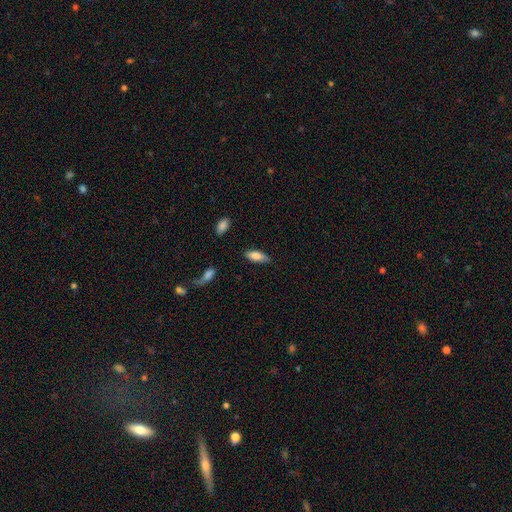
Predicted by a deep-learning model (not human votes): Overall: smooth (79%). How rounded: in between (78%). Merging: none (76%).